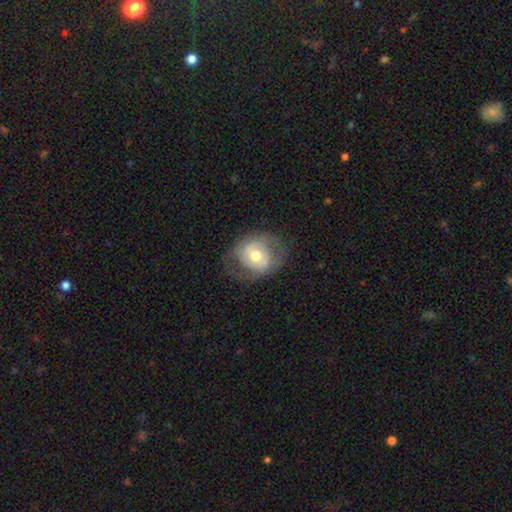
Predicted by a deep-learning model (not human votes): smooth_or_featured: featured or disk (p=0.54) [alt: smooth p=0.39]
disk_edge_on: no (p=0.96) [alt: yes p=0.04]
bar: no (p=0.65) [alt: weak p=0.25]
has_spiral_arms: no (p=0.52) [alt: yes p=0.48]
bulge_size: moderate (p=0.74) [alt: large p=0.12]
merging: none (p=0.64) [alt: minor disturbance p=0.19]